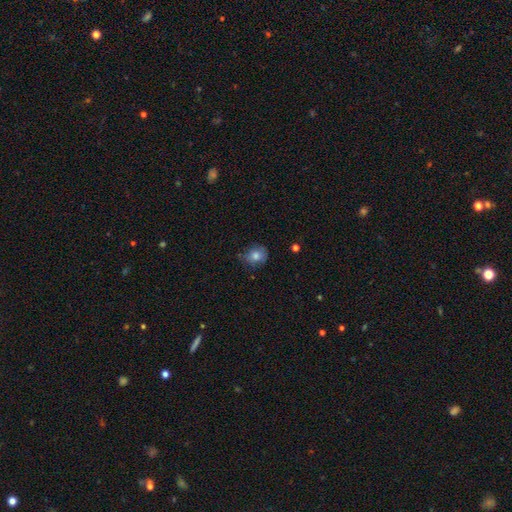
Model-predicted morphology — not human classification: Smooth or featured? smooth (79%)
How rounded? round (66%)
Merging? none (70%)